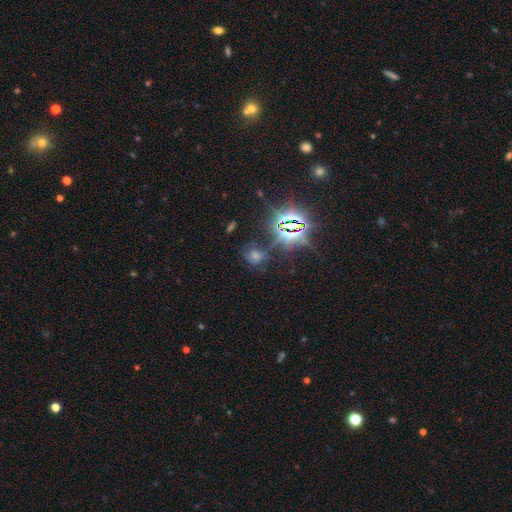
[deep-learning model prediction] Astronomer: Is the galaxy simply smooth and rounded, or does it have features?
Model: star or artifact — 68%.